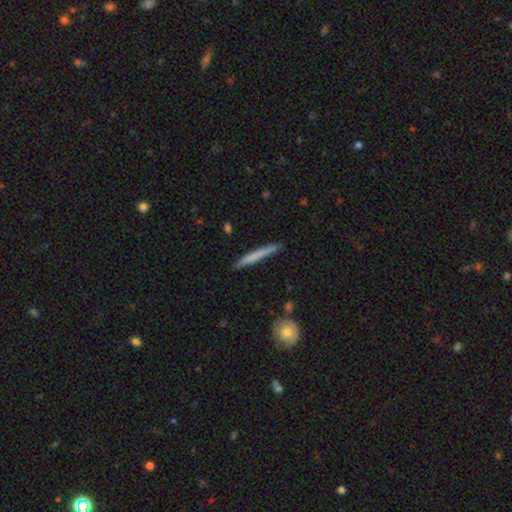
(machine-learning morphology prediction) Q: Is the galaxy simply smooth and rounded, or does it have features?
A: smooth — 64%.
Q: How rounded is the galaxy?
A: cigar-shaped — 97%.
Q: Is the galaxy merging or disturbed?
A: none — 90%.